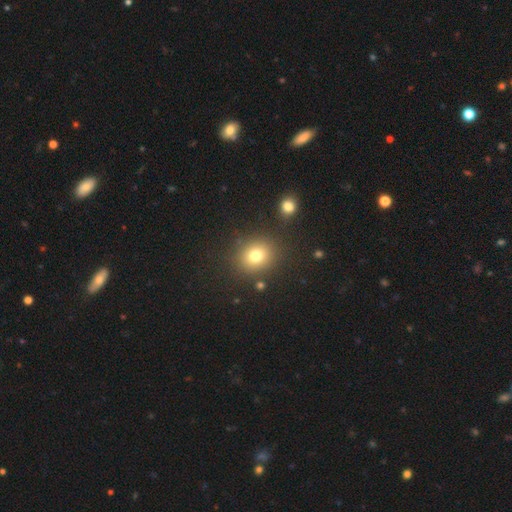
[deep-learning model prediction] Q: Smooth or featured?
A: smooth (77%); runner-up: star or artifact (15%)
Q: How rounded?
A: round (75%); runner-up: in between (24%)
Q: Merging?
A: none (85%); runner-up: minor disturbance (8%)